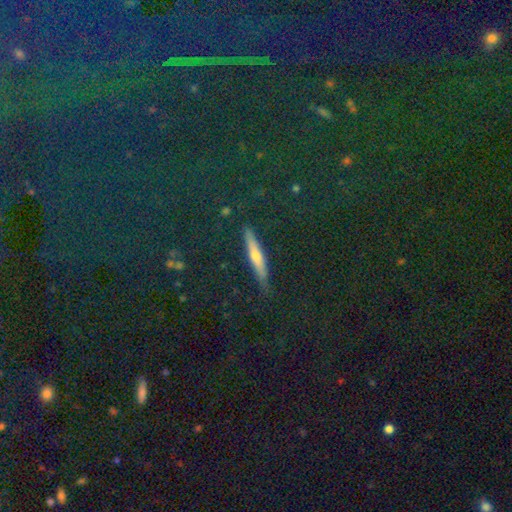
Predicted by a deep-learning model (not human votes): Smooth or featured? smooth (44%)
Merging? none (87%)